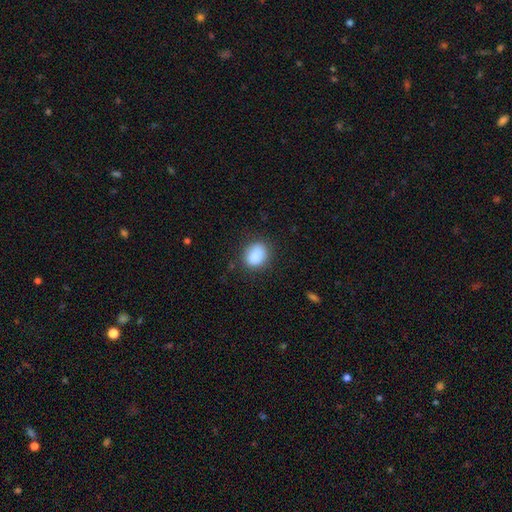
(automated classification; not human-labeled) Smooth or featured?
  - smooth: 87% *
  - star or artifact: 8%
  - featured or disk: 5%
How rounded?
  - round: 52% *
  - in between: 46%
  - cigar-shaped: 1%
Merging?
  - none: 78% *
  - minor disturbance: 16%
  - major disturbance: 4%
  - merger: 2%